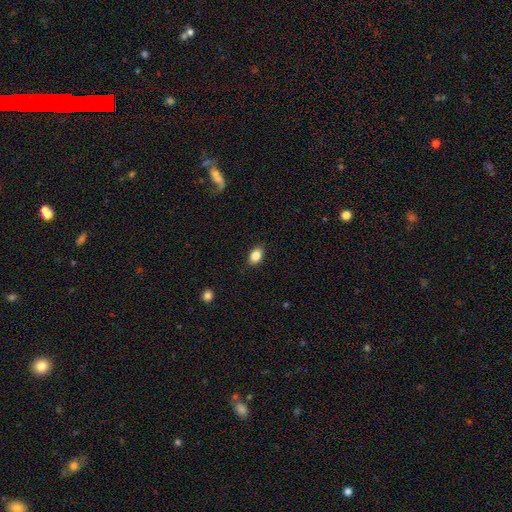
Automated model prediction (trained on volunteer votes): This appears to be a smooth galaxy with no disk features (86%) that is in between round and cigar-shaped (83%). Merging: none (88%).